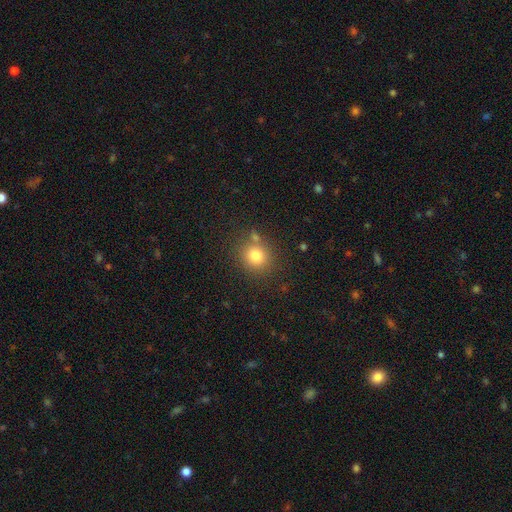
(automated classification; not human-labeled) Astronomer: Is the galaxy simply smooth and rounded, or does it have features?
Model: smooth — 79%.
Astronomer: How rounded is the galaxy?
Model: round — 84%.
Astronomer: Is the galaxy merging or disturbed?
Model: none — 75%.